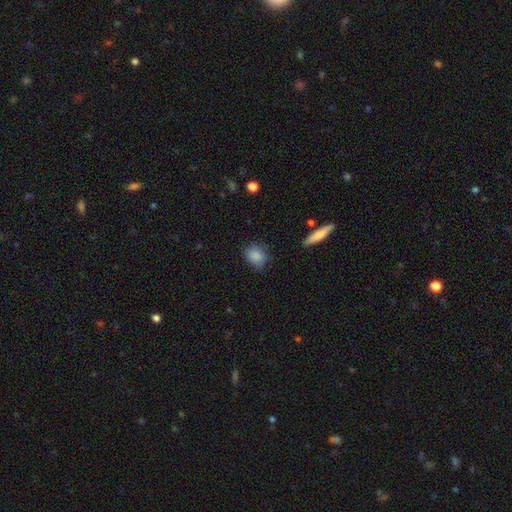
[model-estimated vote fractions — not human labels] Smooth or featured: smooth — 87% (star or artifact — 8%)
How rounded: in between — 52% (round — 46%)
Merging: none — 76% (minor disturbance — 19%)